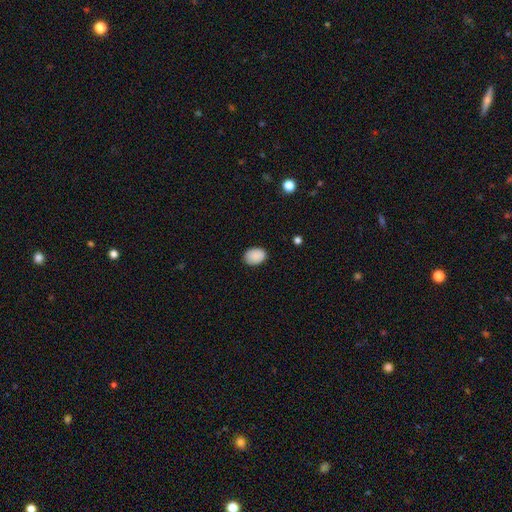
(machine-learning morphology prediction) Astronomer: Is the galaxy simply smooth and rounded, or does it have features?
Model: smooth — 89%.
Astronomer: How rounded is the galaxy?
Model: in between — 74%.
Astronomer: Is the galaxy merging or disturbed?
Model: none — 87%.